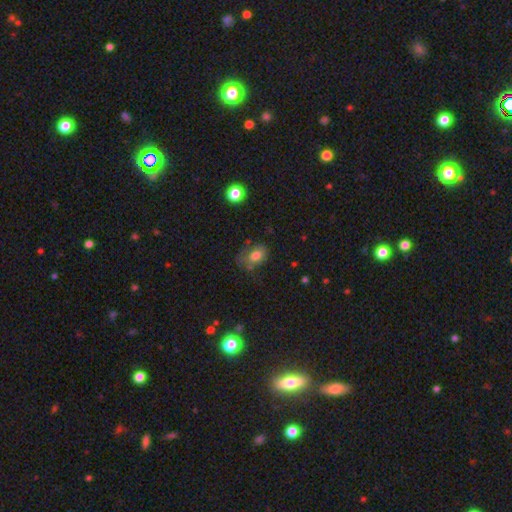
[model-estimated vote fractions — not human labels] A smooth galaxy with no disk features (71%) that is in between round and cigar-shaped (75%).

Vote fractions:
- Smooth or featured? smooth: 71% / featured or disk: 18% / star or artifact: 11%
- How rounded? in between: 75% / round: 23% / cigar-shaped: 2%
- Merging? none: 47% / minor disturbance: 30% / major disturbance: 18% / merger: 5%